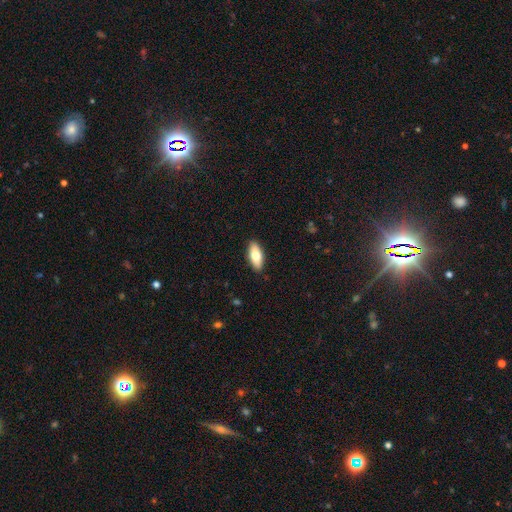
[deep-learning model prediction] Smooth or featured: smooth — 74% (featured or disk — 20%)
How rounded: in between — 82% (cigar-shaped — 16%)
Merging: none — 90% (minor disturbance — 8%)